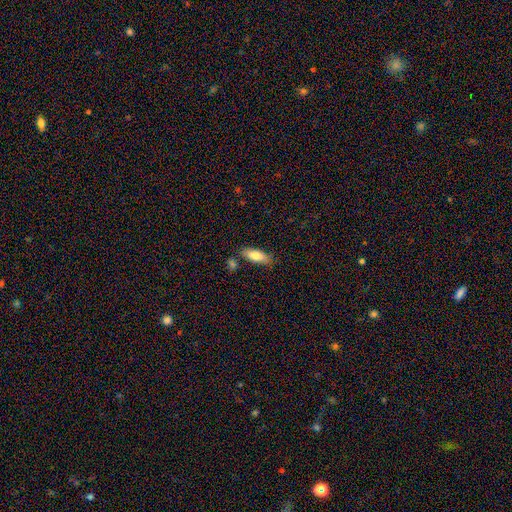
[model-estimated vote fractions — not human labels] smooth 77%, featured or disk 17%, star or artifact 6%. Down the decision tree: how rounded — in between (68%); merging — none (77%).